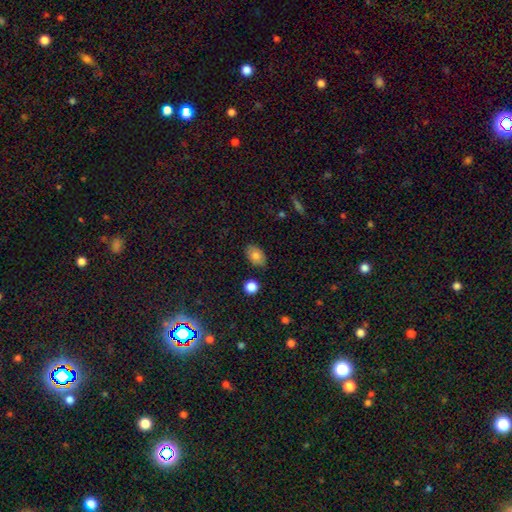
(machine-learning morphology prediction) Smooth or featured: smooth — 81% (featured or disk — 10%)
How rounded: in between — 87% (round — 12%)
Merging: none — 84% (minor disturbance — 11%)